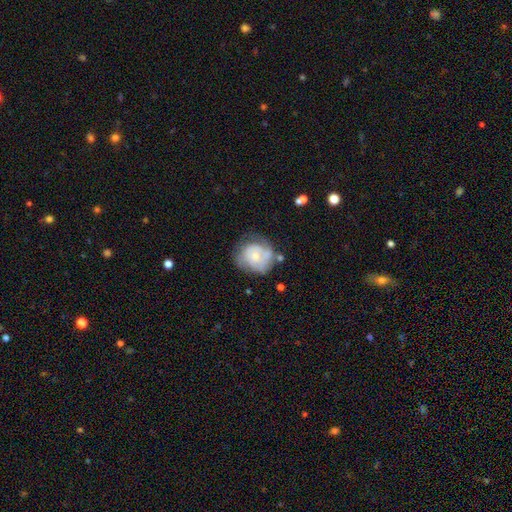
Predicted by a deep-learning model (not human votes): Q: Smooth or featured?
A: featured or disk (49%); runner-up: smooth (44%)
Q: Merging?
A: none (51%); runner-up: minor disturbance (27%)